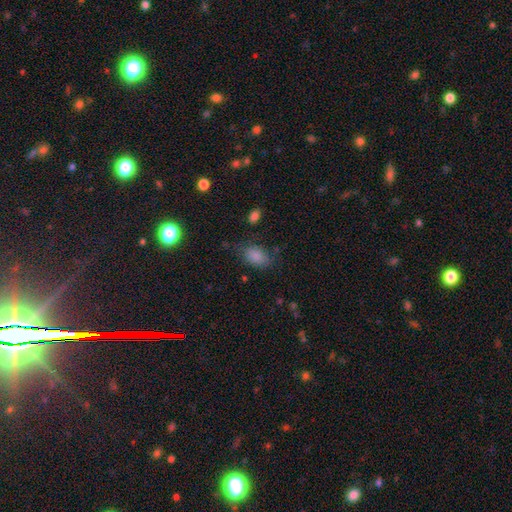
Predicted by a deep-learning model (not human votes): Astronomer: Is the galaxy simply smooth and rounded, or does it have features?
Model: smooth — 84%.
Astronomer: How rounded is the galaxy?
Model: in between — 83%.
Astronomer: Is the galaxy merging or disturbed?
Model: none — 65%.